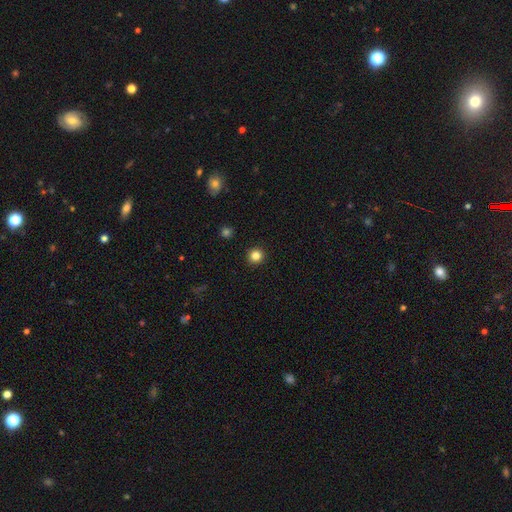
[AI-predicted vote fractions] Smooth or featured? Predicted: smooth (p=0.83). How rounded? Predicted: round (p=0.94). Merging? Predicted: none (p=0.93).